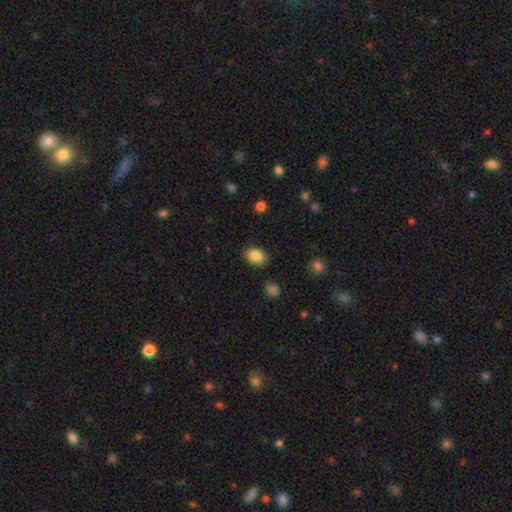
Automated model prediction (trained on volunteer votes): smooth-or-featured: smooth: 86% | star or artifact: 9% | featured or disk: 6%
  how-rounded: in between: 71% | round: 28% | cigar-shaped: 1%
  merging: none: 86% | minor disturbance: 10% | major disturbance: 3% | merger: 1%